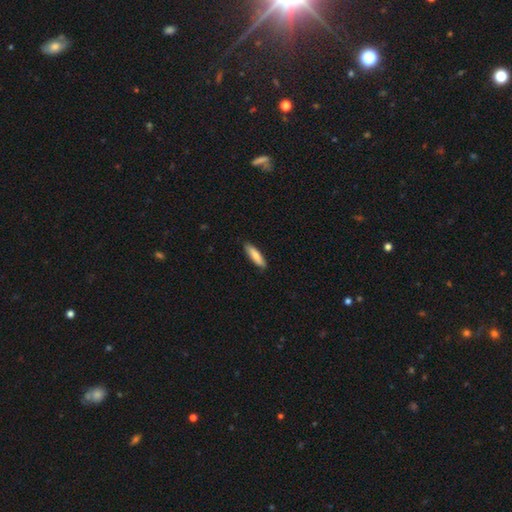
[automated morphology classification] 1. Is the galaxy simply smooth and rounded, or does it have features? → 81% smooth, 14% featured or disk, 5% star or artifact.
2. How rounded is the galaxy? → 69% cigar-shaped, 29% in between, 1% round.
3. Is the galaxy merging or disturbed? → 88% none, 10% minor disturbance, 2% major disturbance, 1% merger.